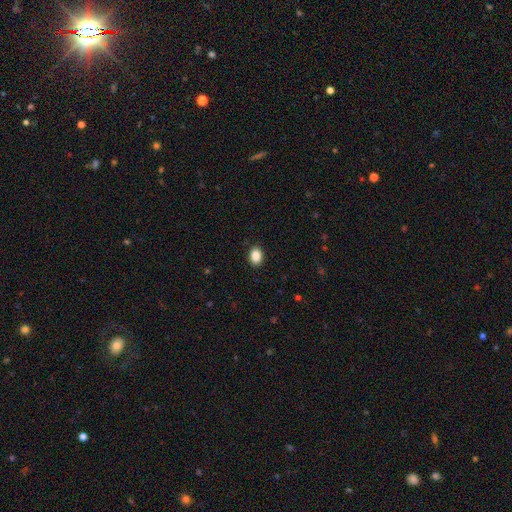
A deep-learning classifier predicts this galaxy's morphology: This appears to be a smooth galaxy with no disk features (88%) that is in between round and cigar-shaped (71%). Merging: none (90%).